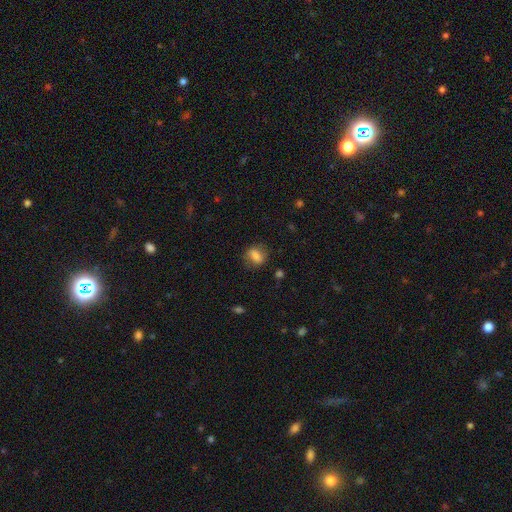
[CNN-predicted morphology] This is likely a smooth galaxy (76%). How rounded: possibly in between (60%). Merging: likely none (72%).